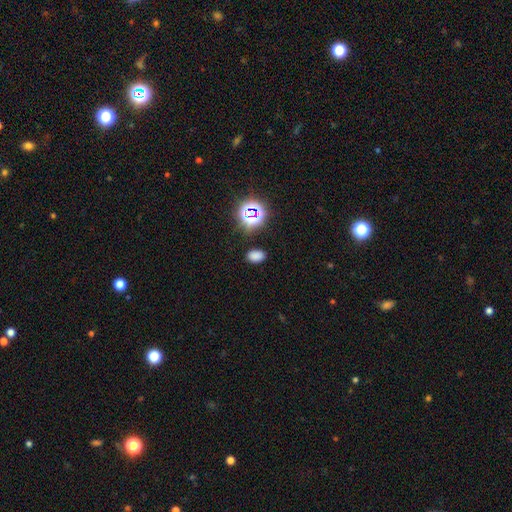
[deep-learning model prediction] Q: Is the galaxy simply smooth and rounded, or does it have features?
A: smooth — 72%.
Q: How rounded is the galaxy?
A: in between — 85%.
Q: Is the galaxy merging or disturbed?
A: none — 85%.